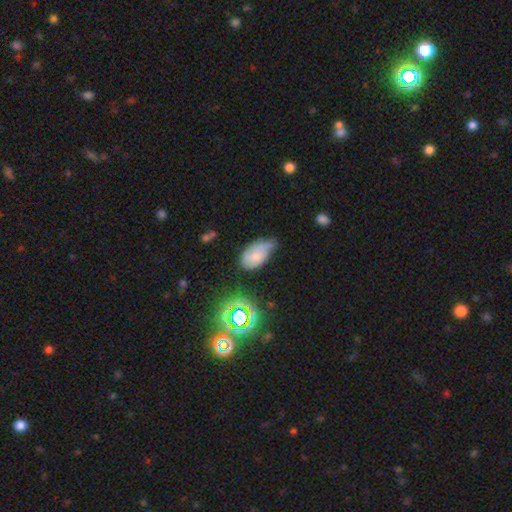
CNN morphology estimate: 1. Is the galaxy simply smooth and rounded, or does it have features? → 67% smooth, 20% featured or disk, 13% star or artifact.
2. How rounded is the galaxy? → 91% in between, 7% round, 2% cigar-shaped.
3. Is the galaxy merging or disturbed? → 48% minor disturbance, 29% none, 17% major disturbance, 7% merger.